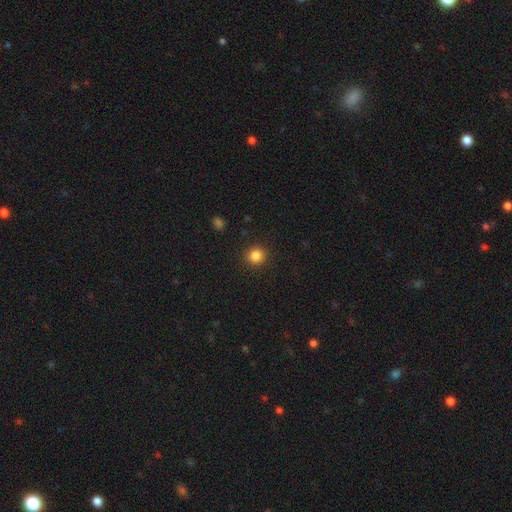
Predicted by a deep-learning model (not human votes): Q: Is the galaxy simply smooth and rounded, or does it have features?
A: smooth — 85%.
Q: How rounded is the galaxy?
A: round — 91%.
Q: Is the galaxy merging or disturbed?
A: none — 92%.